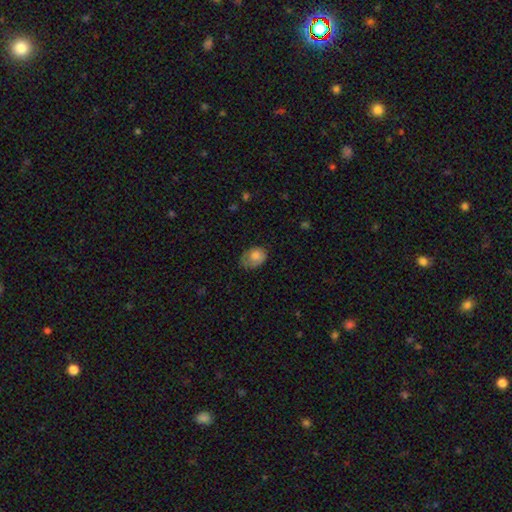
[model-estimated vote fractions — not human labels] smooth-or-featured: smooth: 75% | featured or disk: 17% | star or artifact: 8%
  how-rounded: in between: 73% | round: 26% | cigar-shaped: 1%
  merging: none: 53% | minor disturbance: 32% | major disturbance: 14% | merger: 1%